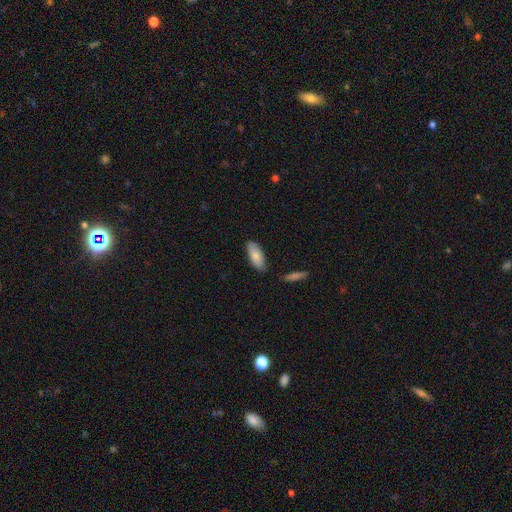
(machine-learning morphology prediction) smooth-or-featured: smooth: 79% | featured or disk: 15% | star or artifact: 6%
  how-rounded: in between: 82% | cigar-shaped: 16% | round: 2%
  merging: none: 74% | minor disturbance: 19% | merger: 4% | major disturbance: 3%